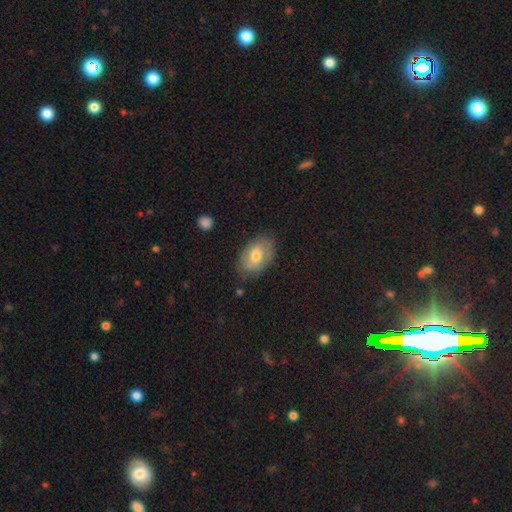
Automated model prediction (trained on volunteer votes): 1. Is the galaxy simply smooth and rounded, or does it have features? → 62% smooth, 31% featured or disk, 7% star or artifact.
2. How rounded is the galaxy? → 88% in between, 11% round, 1% cigar-shaped.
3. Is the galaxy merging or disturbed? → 75% none, 19% minor disturbance, 4% major disturbance, 2% merger.